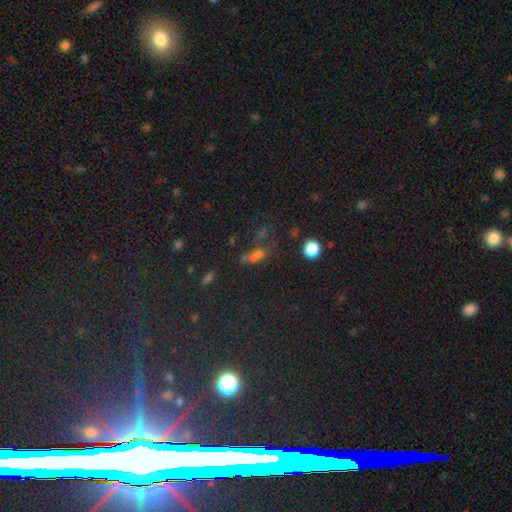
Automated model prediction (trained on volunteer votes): A star or artifact, not a galaxy (44%).

Vote fractions:
- Smooth or featured? star or artifact: 44% / smooth: 41% / featured or disk: 16%